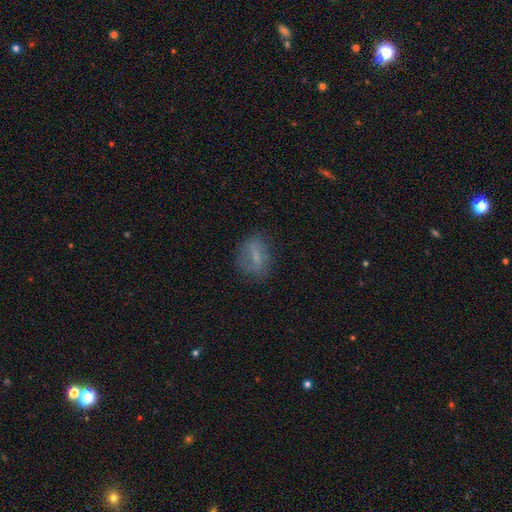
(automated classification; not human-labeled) The model was most divided on "smooth or featured": smooth: 50%, featured or disk: 39%, star or artifact: 11%. More confident: merging — none (70%).